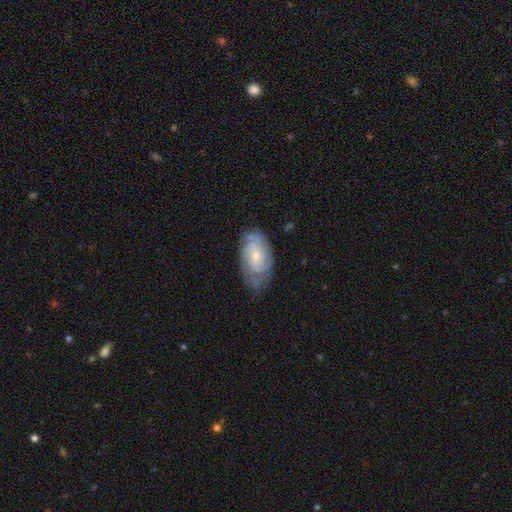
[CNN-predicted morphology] A featured or disk galaxy (72%) with no bar (68%), tight (60%) spiral arms (92%) and a small central bulge (63%). Merging: none (68%).